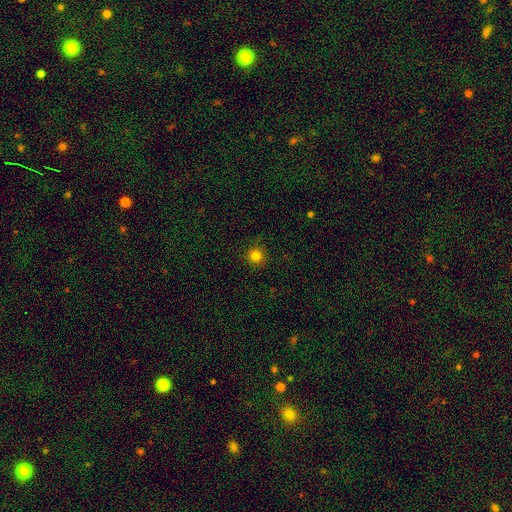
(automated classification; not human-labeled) Smooth or featured?
  - smooth: 82% *
  - star or artifact: 14%
  - featured or disk: 4%
How rounded?
  - round: 95% *
  - in between: 4%
  - cigar-shaped: 1%
Merging?
  - none: 91% *
  - minor disturbance: 6%
  - major disturbance: 2%
  - merger: 1%